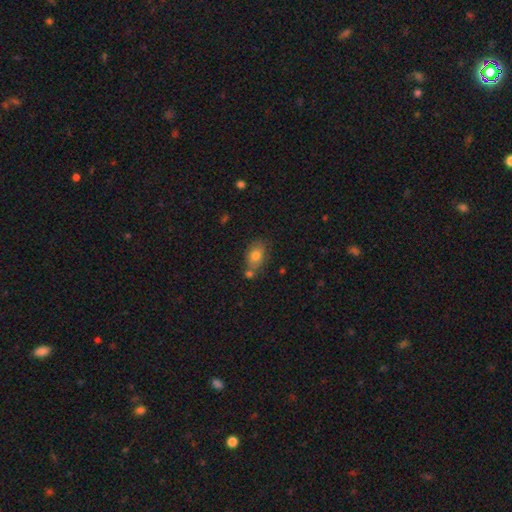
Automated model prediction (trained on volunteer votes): Morphology: type=smooth (78%); roundness=in between (81%); merging=none (61%).